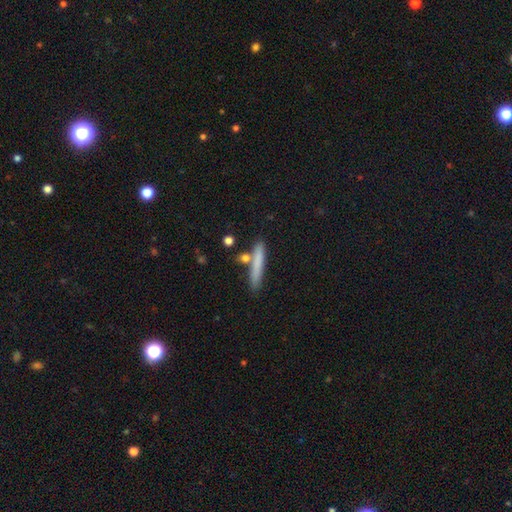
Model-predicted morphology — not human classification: Smooth or featured: smooth — 72% (featured or disk — 21%)
How rounded: cigar-shaped — 94% (in between — 5%)
Merging: none — 79% (minor disturbance — 11%)